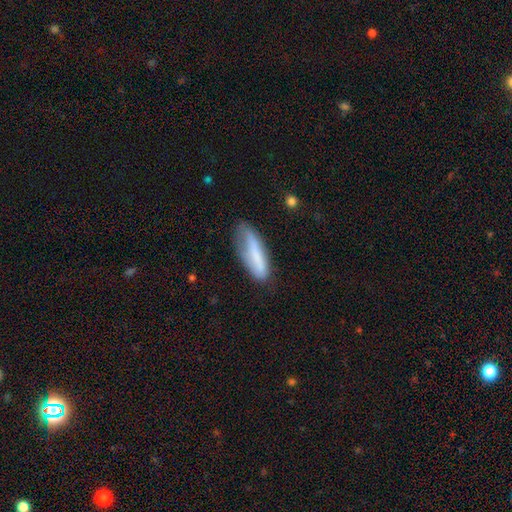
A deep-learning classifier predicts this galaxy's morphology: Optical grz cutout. It shows a smooth galaxy with no disk features (69%) that is cigar-shaped (64%). Merging: none (59%).